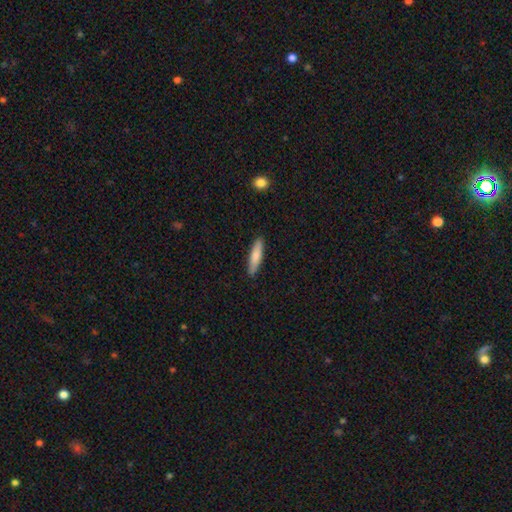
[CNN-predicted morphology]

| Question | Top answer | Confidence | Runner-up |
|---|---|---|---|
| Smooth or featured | smooth | 79% | featured or disk (16%) |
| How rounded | cigar-shaped | 82% | in between (17%) |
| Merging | none | 89% | minor disturbance (8%) |